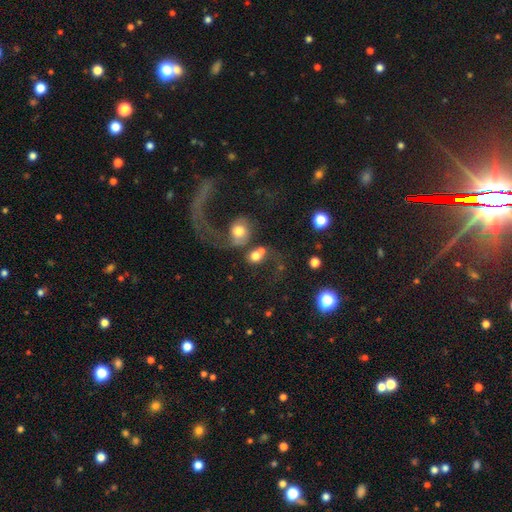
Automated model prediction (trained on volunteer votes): Smooth or featured?
  - smooth: 61% *
  - featured or disk: 27%
  - star or artifact: 12%
How rounded?
  - round: 72% *
  - in between: 27%
  - cigar-shaped: 2%
Merging?
  - merger: 50% *
  - none: 21%
  - major disturbance: 20%
  - minor disturbance: 9%